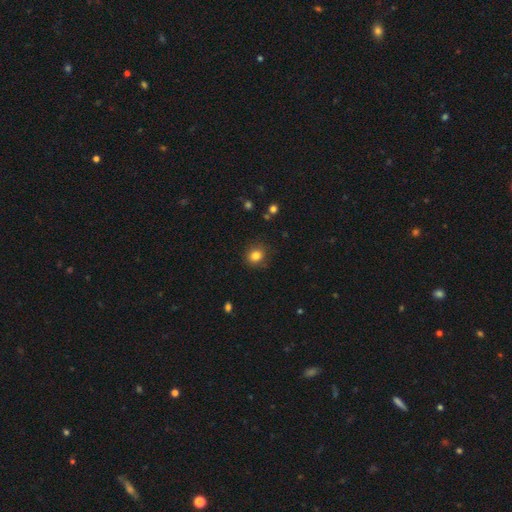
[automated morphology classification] The model was most divided on "how rounded": round: 75%, in between: 24%, cigar-shaped: 1%. More confident: smooth or featured — smooth (83%); merging — none (83%).